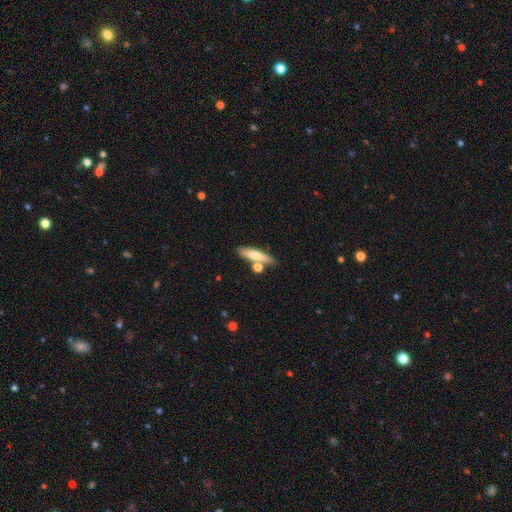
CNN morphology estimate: A smooth galaxy with no disk features (70%) that is cigar-shaped (71%).

Vote fractions:
- Smooth or featured? smooth: 70% / featured or disk: 23% / star or artifact: 7%
- How rounded? cigar-shaped: 71% / in between: 25% / round: 3%
- Merging? none: 67% / merger: 16% / minor disturbance: 13% / major disturbance: 4%